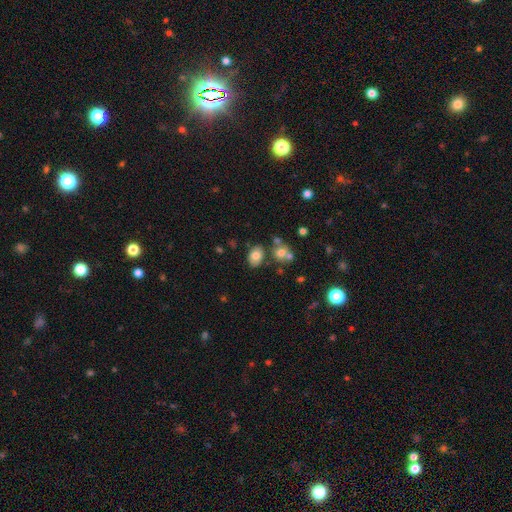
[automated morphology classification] Q: Smooth or featured?
A: smooth (77%); runner-up: featured or disk (13%)
Q: How rounded?
A: in between (78%); runner-up: round (21%)
Q: Merging?
A: none (71%); runner-up: minor disturbance (14%)